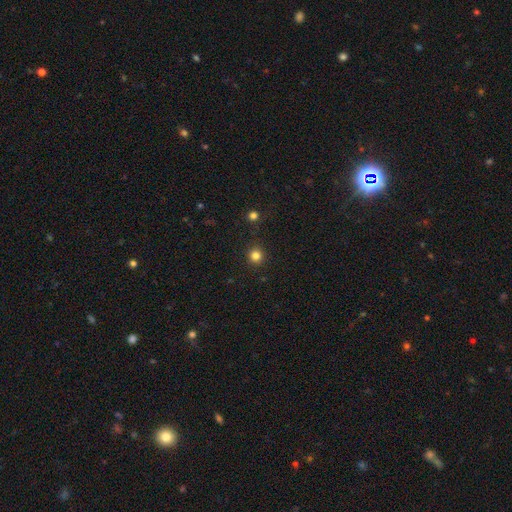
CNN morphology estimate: Smooth or featured? Predicted: smooth (p=0.82). How rounded? Predicted: round (p=0.93). Merging? Predicted: none (p=0.90).